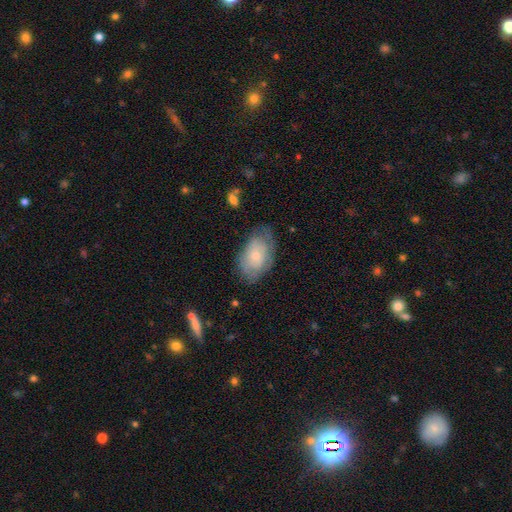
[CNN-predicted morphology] smooth-or-featured: smooth: 61% | featured or disk: 32% | star or artifact: 7%
  how-rounded: in between: 89% | round: 9% | cigar-shaped: 1%
  merging: none: 63% | minor disturbance: 26% | major disturbance: 9% | merger: 2%